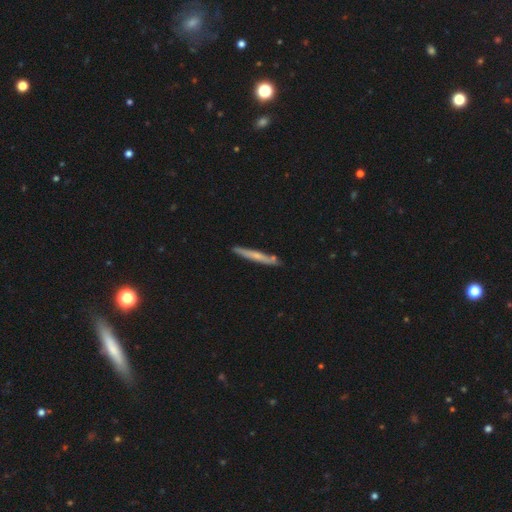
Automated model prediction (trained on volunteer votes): Smooth or featured: smooth — 50% (featured or disk — 45%)
How rounded: cigar-shaped — 95% (in between — 3%)
Merging: none — 82% (minor disturbance — 12%)